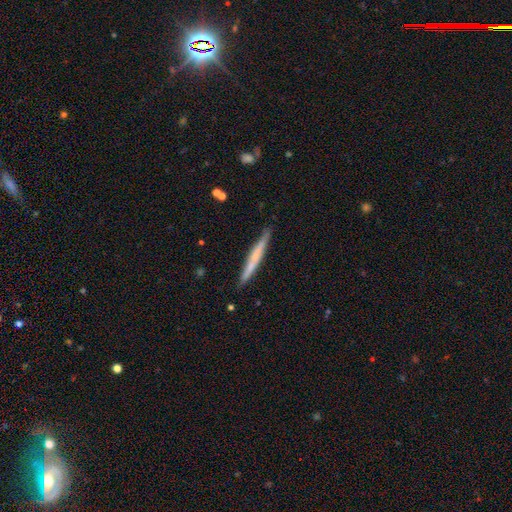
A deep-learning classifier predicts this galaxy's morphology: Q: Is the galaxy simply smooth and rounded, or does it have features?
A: smooth — 49%.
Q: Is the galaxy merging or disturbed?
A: none — 86%.